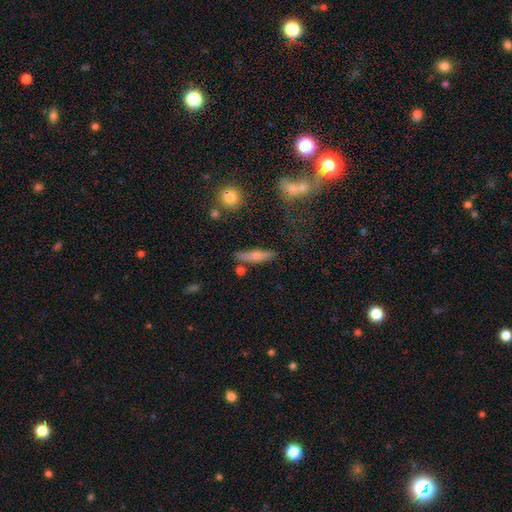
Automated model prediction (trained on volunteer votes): smooth 62%, featured or disk 30%, star or artifact 8%. Down the decision tree: how rounded — cigar-shaped (75%); merging — none (75%).